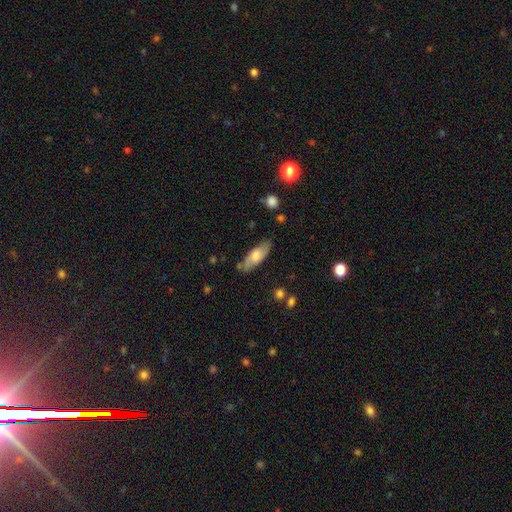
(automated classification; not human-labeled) smooth-or-featured: smooth: 58% | featured or disk: 36% | star or artifact: 6%
  how-rounded: in between: 69% | cigar-shaped: 29% | round: 2%
  merging: none: 77% | minor disturbance: 17% | major disturbance: 4% | merger: 2%